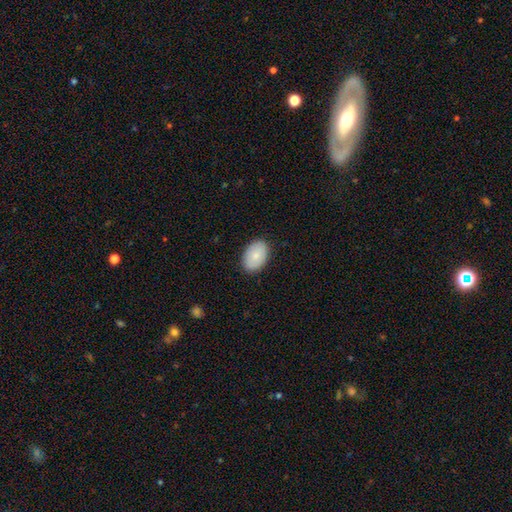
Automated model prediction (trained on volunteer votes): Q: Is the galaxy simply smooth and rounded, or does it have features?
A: smooth — 83%.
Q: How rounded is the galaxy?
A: in between — 88%.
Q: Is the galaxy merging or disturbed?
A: none — 88%.